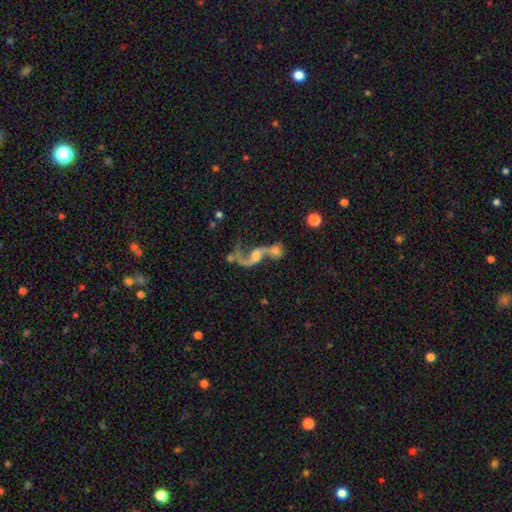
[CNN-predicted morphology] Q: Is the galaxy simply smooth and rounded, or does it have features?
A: featured or disk — 74%.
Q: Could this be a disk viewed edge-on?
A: no — 95%.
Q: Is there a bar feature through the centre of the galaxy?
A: no — 61%.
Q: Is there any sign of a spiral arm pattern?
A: yes — 80%.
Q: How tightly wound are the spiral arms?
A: loose — 85%.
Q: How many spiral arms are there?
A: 2 — 65%.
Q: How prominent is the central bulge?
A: moderate — 36%.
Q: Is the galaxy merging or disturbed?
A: merger — 56%.